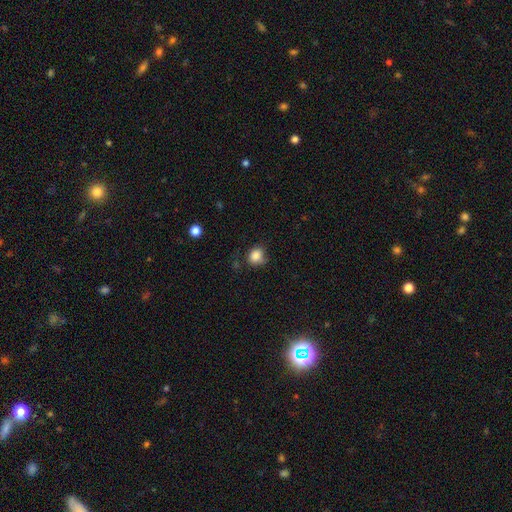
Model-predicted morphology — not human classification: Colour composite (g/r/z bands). It shows a smooth galaxy with no disk features (84%) that is round (69%). Merging: none (60%).